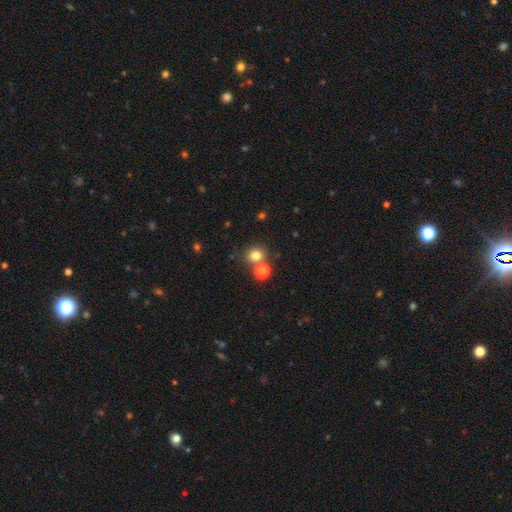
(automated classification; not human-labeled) Smooth or featured: smooth — 78% (star or artifact — 15%)
How rounded: round — 73% (in between — 26%)
Merging: none — 66% (merger — 23%)